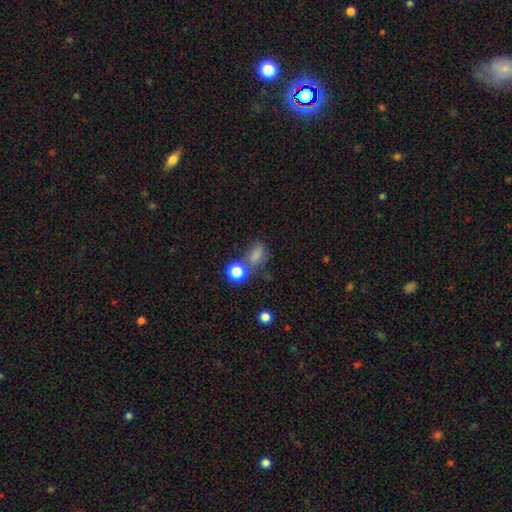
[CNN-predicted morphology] smooth_or_featured: smooth (p=0.74) [alt: star or artifact p=0.18]
how_rounded: in between (p=0.62) [alt: round p=0.32]
merging: none (p=0.50) [alt: merger p=0.22]